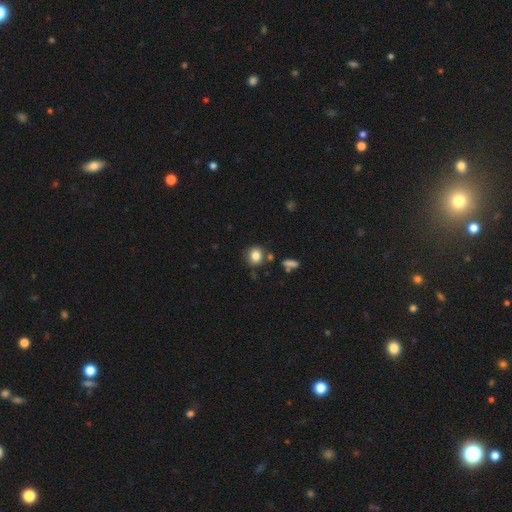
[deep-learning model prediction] A smooth galaxy with no disk features (82%) that is round (80%).

Vote fractions:
- Smooth or featured? smooth: 82% / star or artifact: 10% / featured or disk: 7%
- How rounded? round: 80% / in between: 19% / cigar-shaped: 1%
- Merging? none: 76% / minor disturbance: 13% / merger: 9% / major disturbance: 3%